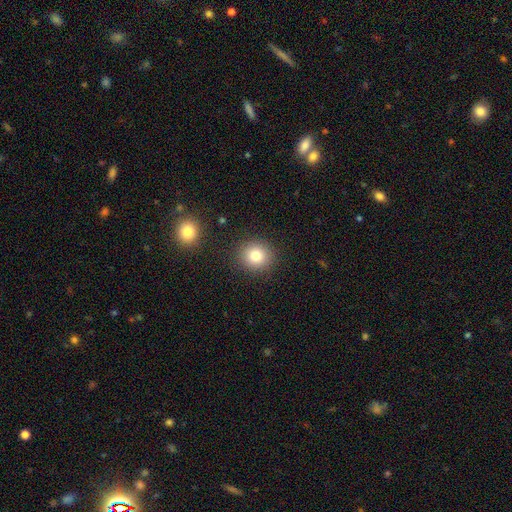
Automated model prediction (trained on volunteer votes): smooth_or_featured: smooth (p=0.80) [alt: star or artifact p=0.12]
how_rounded: round (p=0.89) [alt: in between p=0.10]
merging: none (p=0.89) [alt: minor disturbance p=0.07]